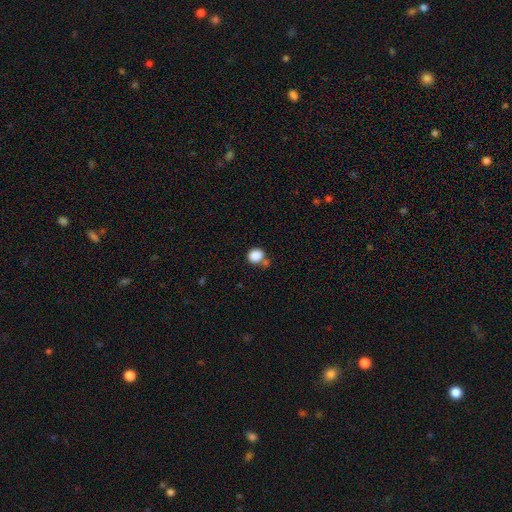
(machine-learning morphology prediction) Smooth or featured? smooth (86%)
How rounded? round (71%)
Merging? none (62%)